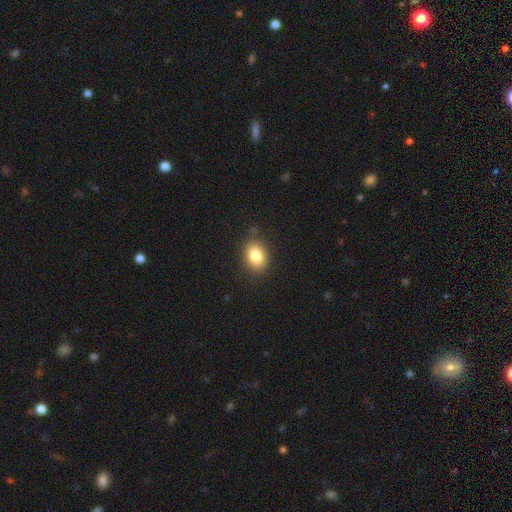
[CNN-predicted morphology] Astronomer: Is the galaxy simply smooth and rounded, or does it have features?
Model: smooth — 84%.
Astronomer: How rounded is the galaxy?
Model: in between — 73%.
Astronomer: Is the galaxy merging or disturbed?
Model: none — 85%.